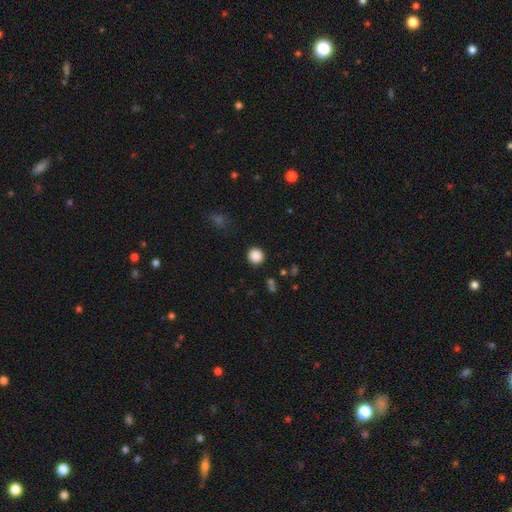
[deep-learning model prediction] A smooth galaxy with no disk features (87%) that is round (93%).

Vote fractions:
- Smooth or featured? smooth: 87% / star or artifact: 10% / featured or disk: 3%
- How rounded? round: 93% / in between: 6% / cigar-shaped: 1%
- Merging? none: 91% / minor disturbance: 5% / major disturbance: 2% / merger: 2%